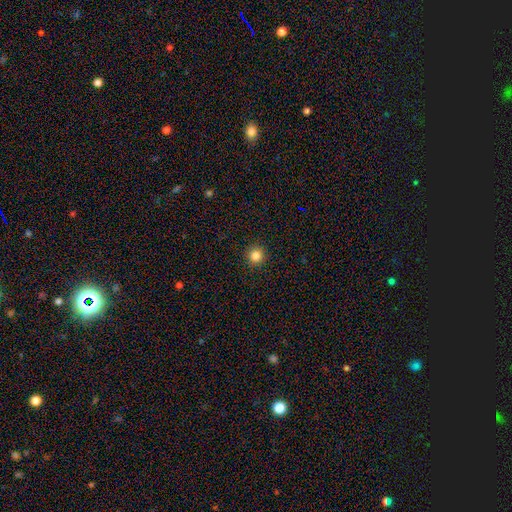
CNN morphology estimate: Smooth or featured? smooth (84%)
How rounded? round (95%)
Merging? none (93%)